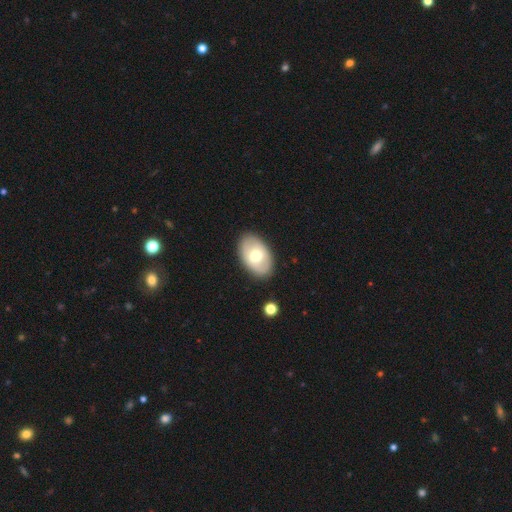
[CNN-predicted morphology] Smooth or featured? smooth (56%)
How rounded? in between (89%)
Merging? none (86%)